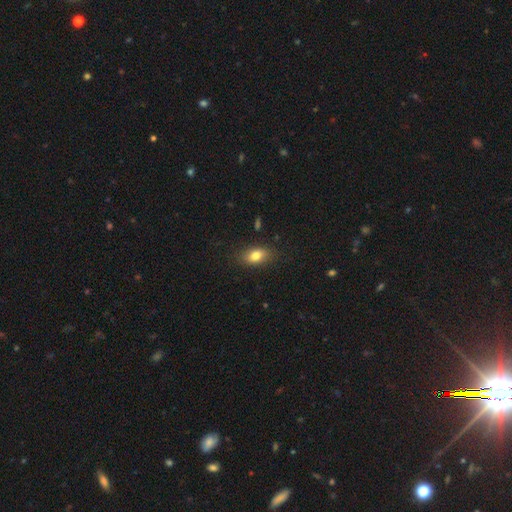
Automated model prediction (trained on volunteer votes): Overall: smooth (79%). How rounded: in between (84%). Merging: none (84%).